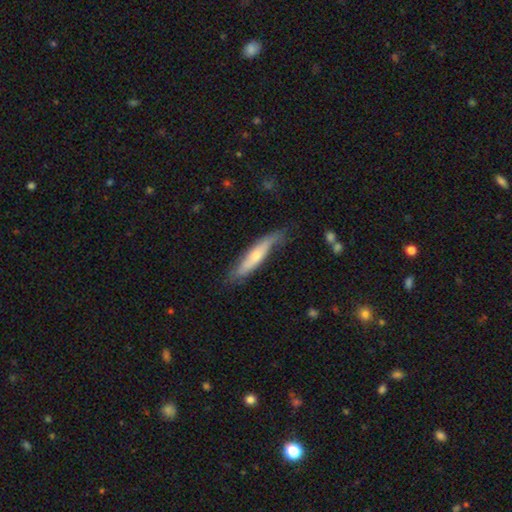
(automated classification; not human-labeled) Q: Smooth or featured?
A: smooth (52%); runner-up: featured or disk (43%)
Q: How rounded?
A: cigar-shaped (83%); runner-up: in between (15%)
Q: Merging?
A: none (63%); runner-up: minor disturbance (28%)